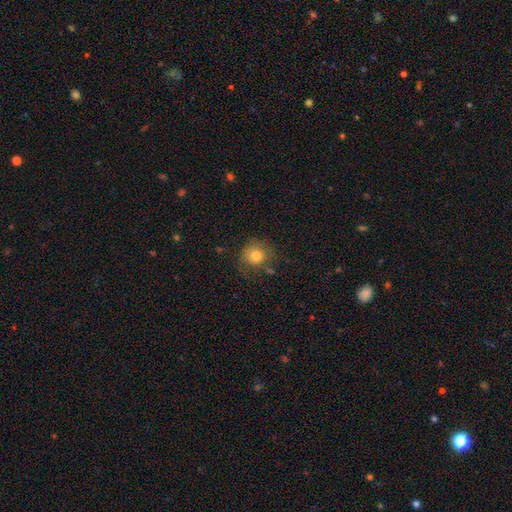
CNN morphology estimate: smooth-or-featured: smooth: 79% | star or artifact: 11% | featured or disk: 10%
  how-rounded: round: 88% | in between: 11% | cigar-shaped: 1%
  merging: none: 70% | minor disturbance: 19% | major disturbance: 7% | merger: 4%